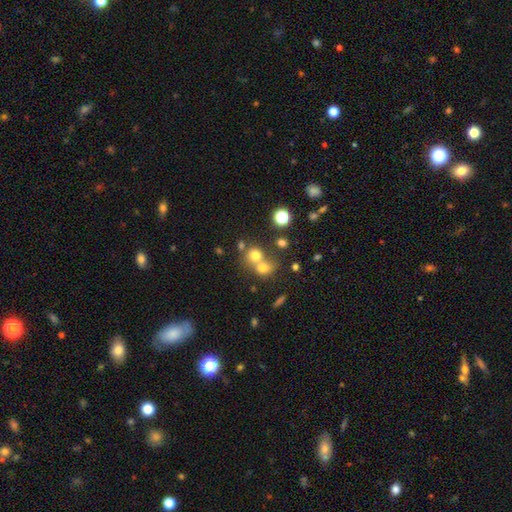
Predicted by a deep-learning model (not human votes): This appears to be a smooth galaxy with no disk features (71%) that is round (80%). Merging: merger (51%).